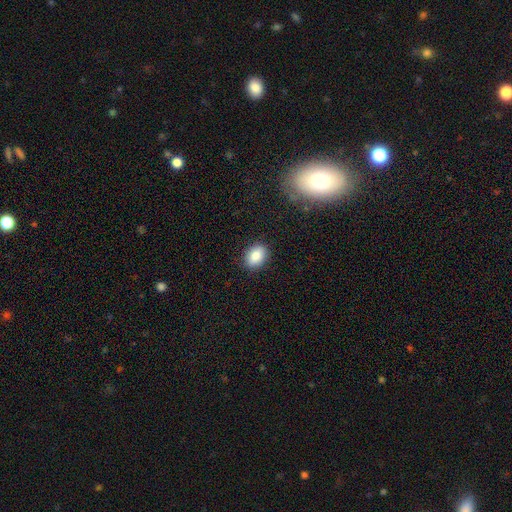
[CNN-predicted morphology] Smooth or featured: smooth — 86% (star or artifact — 8%)
How rounded: in between — 76% (round — 22%)
Merging: none — 87% (minor disturbance — 9%)